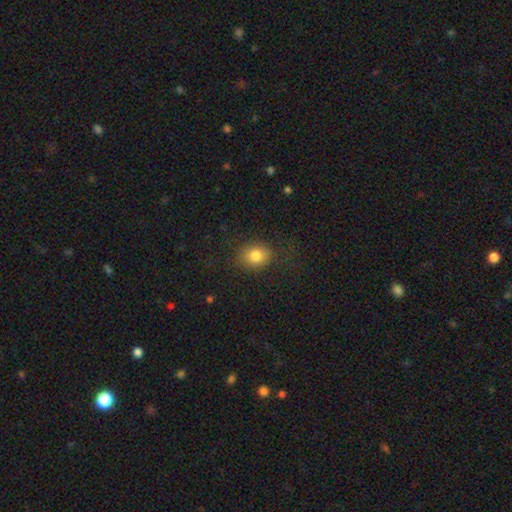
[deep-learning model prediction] Q: Smooth or featured?
A: smooth (81%); runner-up: star or artifact (10%)
Q: How rounded?
A: round (53%); runner-up: in between (46%)
Q: Merging?
A: none (80%); runner-up: minor disturbance (13%)